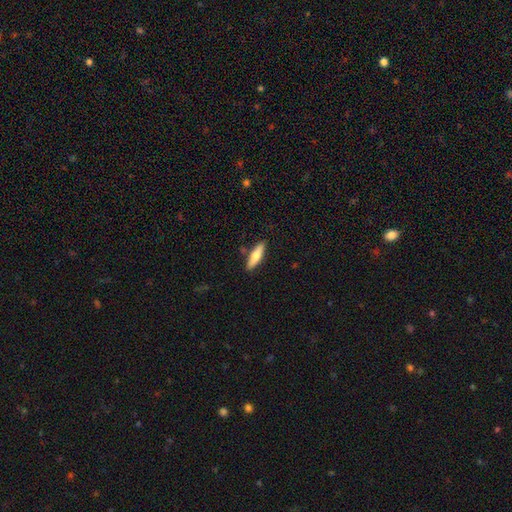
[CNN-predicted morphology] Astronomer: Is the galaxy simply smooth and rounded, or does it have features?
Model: smooth — 63%.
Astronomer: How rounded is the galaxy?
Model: cigar-shaped — 64%.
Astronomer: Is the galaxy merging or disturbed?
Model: none — 85%.